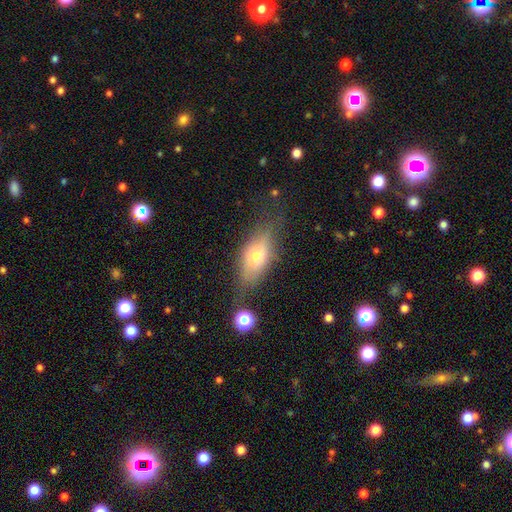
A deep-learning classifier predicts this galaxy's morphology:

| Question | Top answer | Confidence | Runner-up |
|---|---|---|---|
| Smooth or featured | smooth | 57% | featured or disk (33%) |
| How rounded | in between | 77% | cigar-shaped (15%) |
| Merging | none | 65% | minor disturbance (22%) |